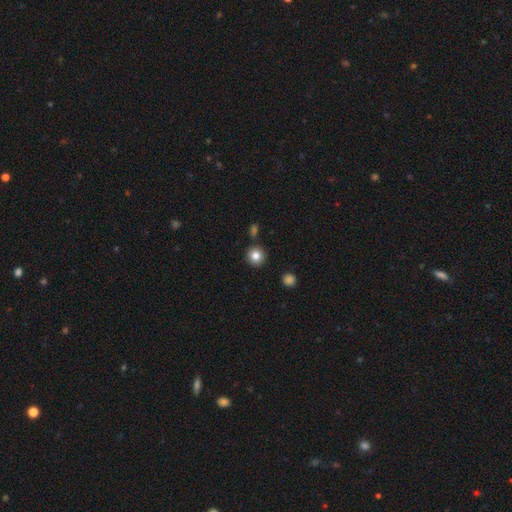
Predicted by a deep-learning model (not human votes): The model was most divided on "smooth or featured": smooth: 82%, star or artifact: 11%, featured or disk: 7%. More confident: how rounded — round (92%); merging — none (87%).